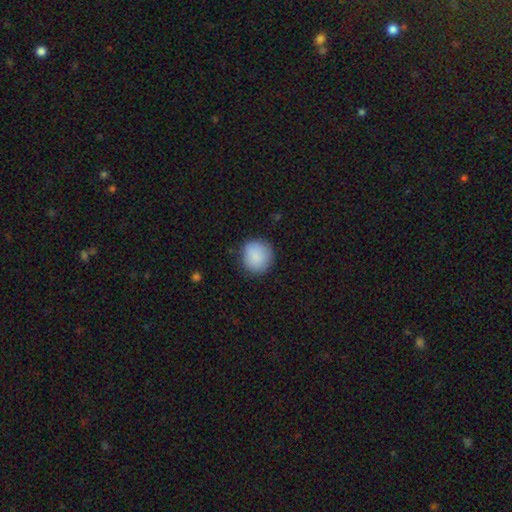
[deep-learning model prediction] The model was most divided on "merging": none: 82%, minor disturbance: 13%, major disturbance: 3%, merger: 1%. More confident: how rounded — round (90%); smooth or featured — smooth (88%).